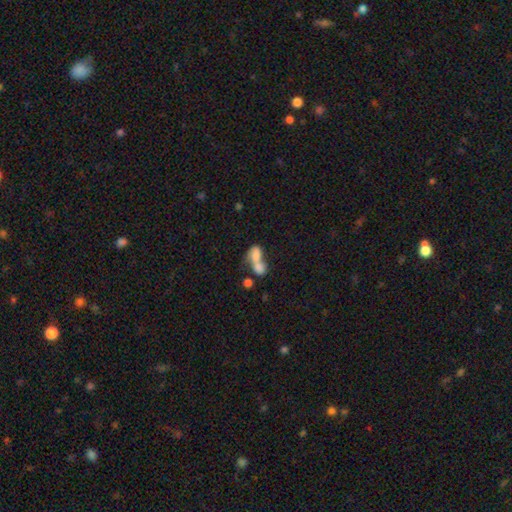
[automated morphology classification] A smooth galaxy with no disk features (71%) that is in between round and cigar-shaped (79%). Merging: merger (75%).